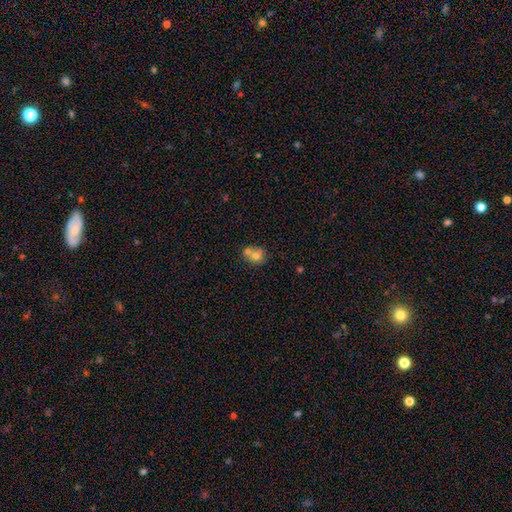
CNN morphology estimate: Smooth or featured: smooth — 66% (featured or disk — 22%)
How rounded: round — 67% (in between — 32%)
Merging: merger — 57% (none — 31%)